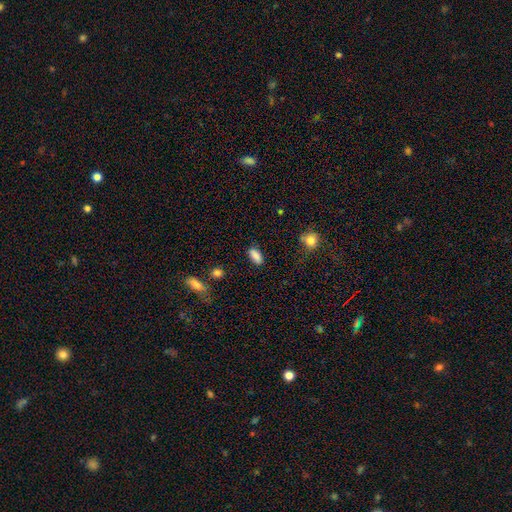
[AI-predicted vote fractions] A smooth galaxy with no disk features (86%) that is in between round and cigar-shaped (84%).

Vote fractions:
- Smooth or featured? smooth: 86% / star or artifact: 9% / featured or disk: 5%
- How rounded? in between: 84% / cigar-shaped: 13% / round: 3%
- Merging? none: 81% / minor disturbance: 13% / major disturbance: 4% / merger: 2%